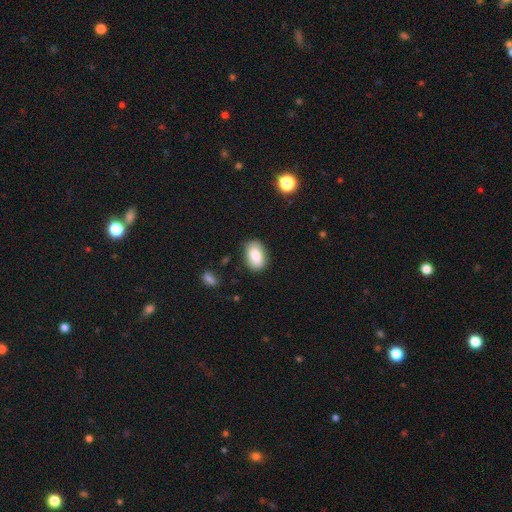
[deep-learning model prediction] Overall: smooth (84%). How rounded: in between (90%). Merging: none (82%).